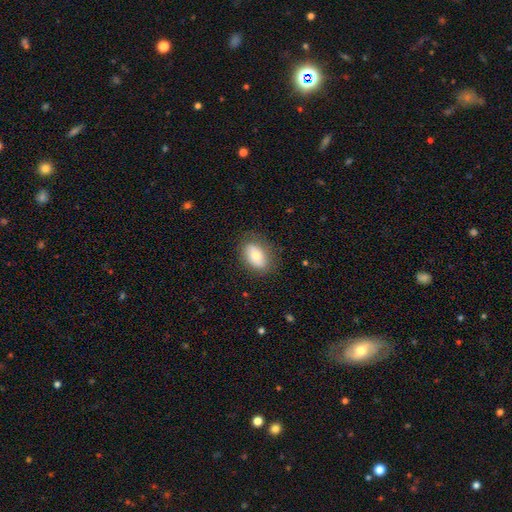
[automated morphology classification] smooth 72%, featured or disk 20%, star or artifact 7%. Down the decision tree: how rounded — in between (85%); merging — none (78%).